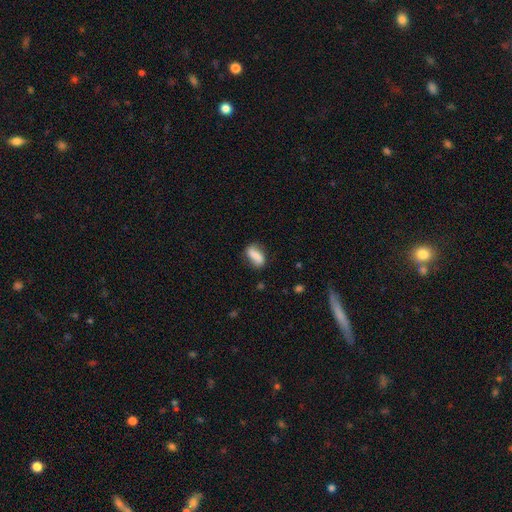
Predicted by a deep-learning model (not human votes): Smooth or featured? smooth (67%)
How rounded? in between (78%)
Merging? none (70%)